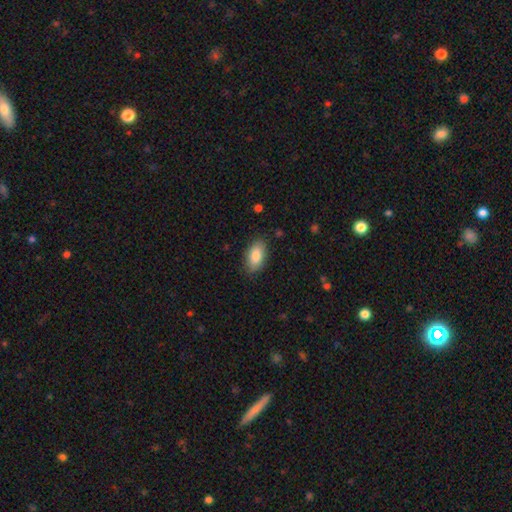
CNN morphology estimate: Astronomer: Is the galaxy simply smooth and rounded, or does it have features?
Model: smooth — 86%.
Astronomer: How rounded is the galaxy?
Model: in between — 92%.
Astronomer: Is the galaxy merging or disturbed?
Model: none — 85%.